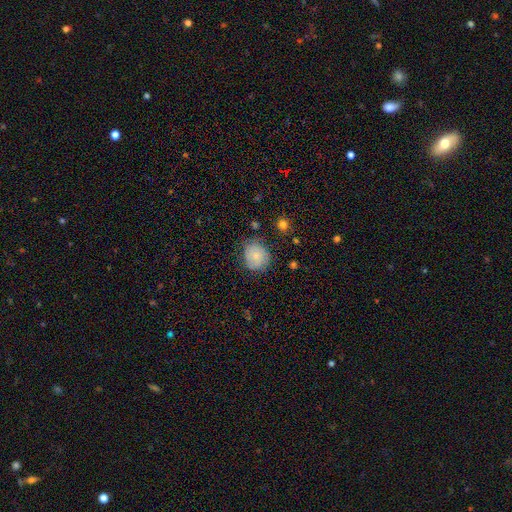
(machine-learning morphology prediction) type=smooth (65%); roundness=round (72%); merging=none (68%).